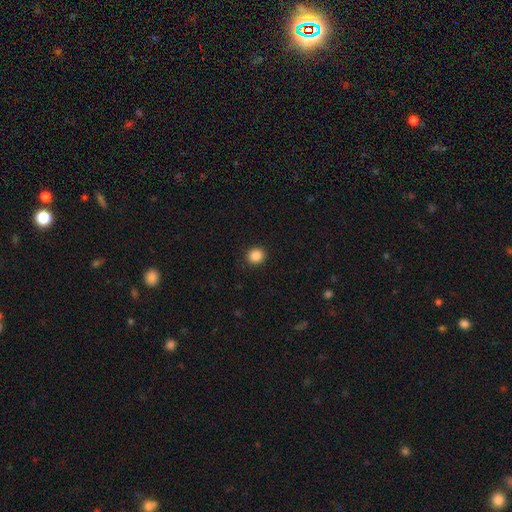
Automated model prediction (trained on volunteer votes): Smooth or featured: smooth — 87% (star or artifact — 10%)
How rounded: round — 85% (in between — 14%)
Merging: none — 92% (minor disturbance — 5%)